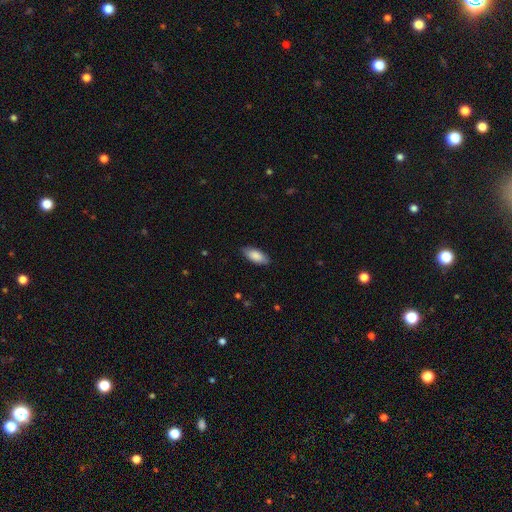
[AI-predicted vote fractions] Overall: smooth (87%). How rounded: in between (85%). Merging: none (86%).